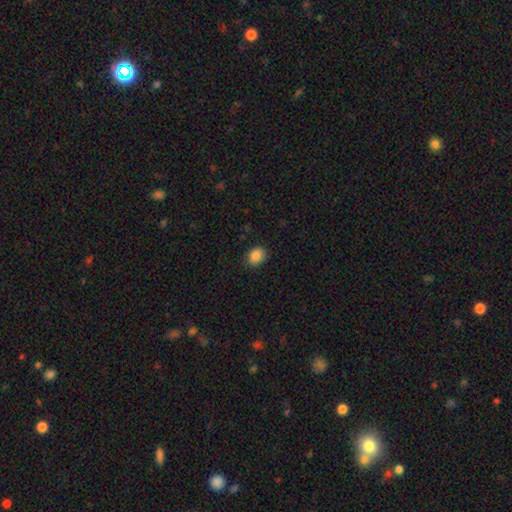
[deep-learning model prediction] A smooth galaxy with no disk features (87%) that is in between round and cigar-shaped (57%). Merging: none (85%).